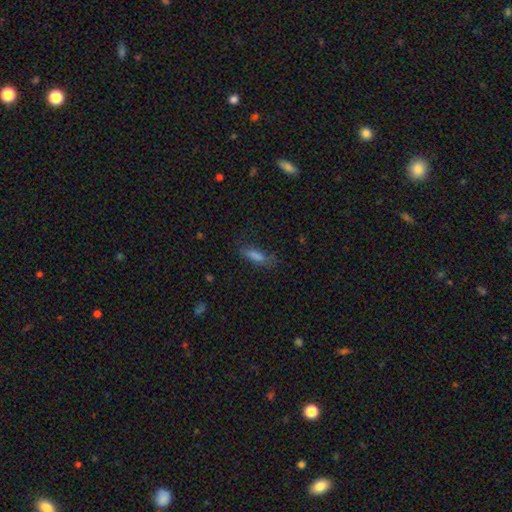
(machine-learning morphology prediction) A smooth galaxy with no disk features (67%) that is cigar-shaped (60%).

Vote fractions:
- Smooth or featured? smooth: 67% / featured or disk: 17% / star or artifact: 15%
- How rounded? cigar-shaped: 60% / in between: 37% / round: 3%
- Merging? none: 69% / minor disturbance: 20% / major disturbance: 8% / merger: 3%